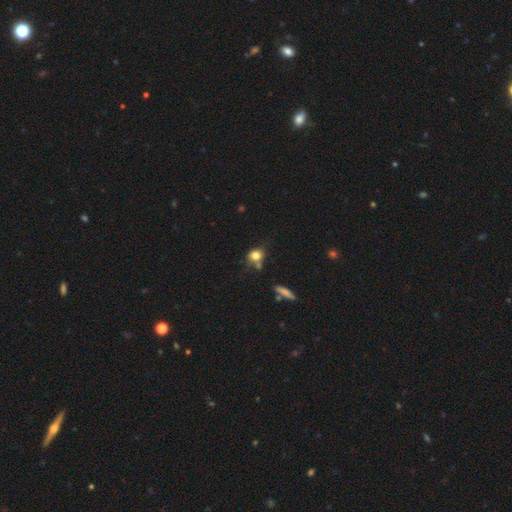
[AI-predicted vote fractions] A smooth galaxy with no disk features (77%) that is round (54%).

Vote fractions:
- Smooth or featured? smooth: 77% / featured or disk: 12% / star or artifact: 11%
- How rounded? round: 54% / in between: 43% / cigar-shaped: 3%
- Merging? none: 54% / minor disturbance: 20% / merger: 19% / major disturbance: 7%